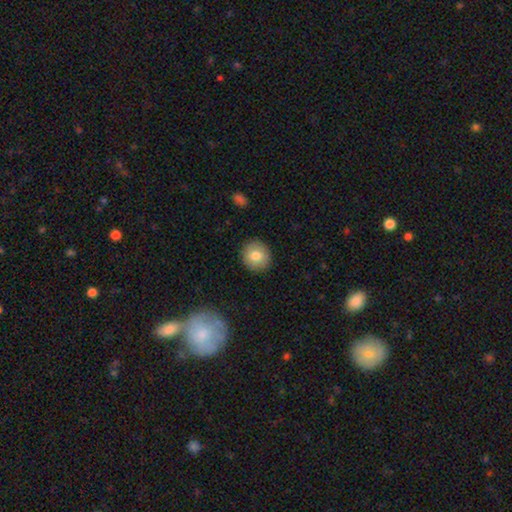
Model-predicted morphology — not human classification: Smooth or featured: smooth — 80% (featured or disk — 12%)
How rounded: round — 90% (in between — 9%)
Merging: none — 91% (minor disturbance — 6%)